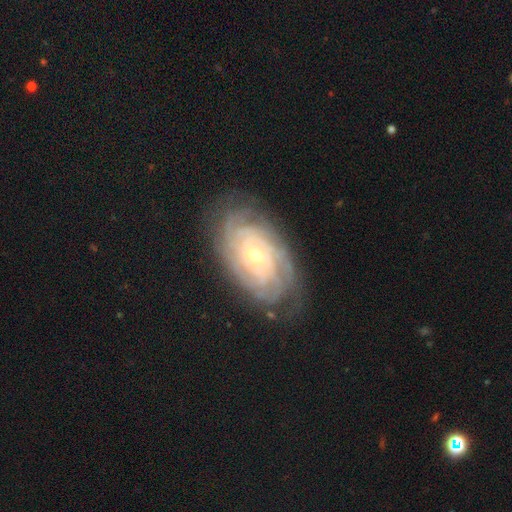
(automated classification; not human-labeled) smooth-or-featured: featured or disk: 86% | smooth: 9% | star or artifact: 6%
  disk-edge-on: no: 96% | yes: 4%
    bar: no: 63% | weak: 29% | strong: 8%
    has-spiral-arms: yes: 96% | no: 4%
      spiral-winding: tight: 80% | medium: 16% | loose: 4%
      spiral-arm-count: can't tell: 39% | 4: 19% | more than 4: 15% | 3: 12% | 2: 10% | 1: 6%
    bulge-size: small: 65% | moderate: 31% | large: 2% | none: 1% | dominant: 1%
  merging: none: 77% | minor disturbance: 16% | major disturbance: 5% | merger: 1%